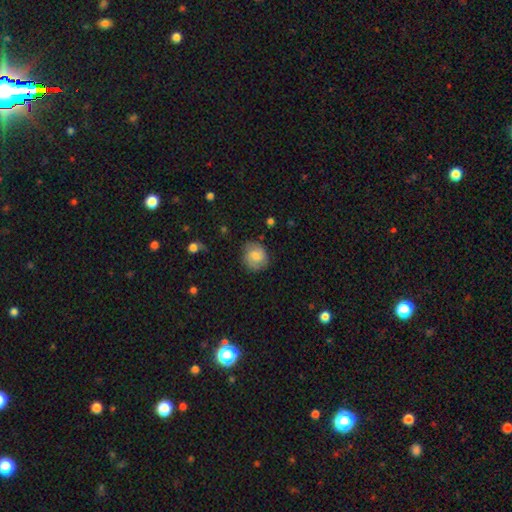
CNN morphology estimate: Q: Smooth or featured?
A: smooth (74%); runner-up: featured or disk (18%)
Q: How rounded?
A: round (74%); runner-up: in between (25%)
Q: Merging?
A: none (75%); runner-up: minor disturbance (19%)